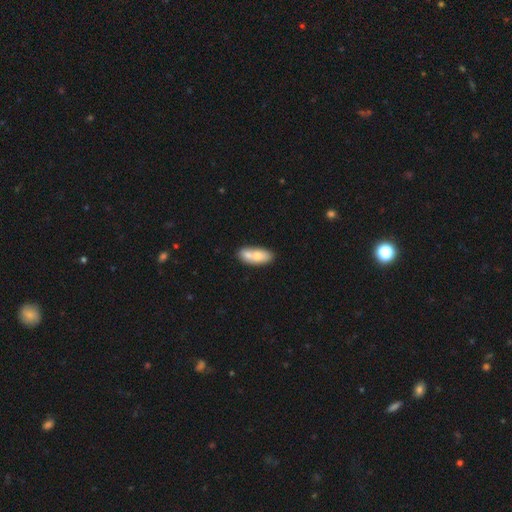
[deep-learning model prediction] A smooth galaxy with no disk features (69%) that is in between round and cigar-shaped (81%).

Vote fractions:
- Smooth or featured? smooth: 69% / featured or disk: 25% / star or artifact: 7%
- How rounded? in between: 81% / cigar-shaped: 14% / round: 5%
- Merging? merger: 47% / none: 37% / minor disturbance: 12% / major disturbance: 4%